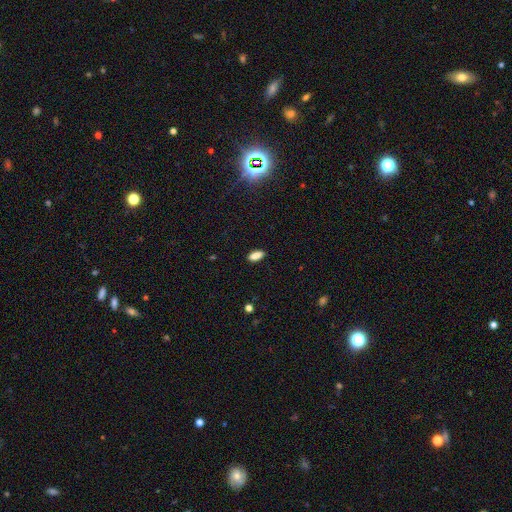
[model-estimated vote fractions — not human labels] A smooth galaxy with no disk features (85%) that is in between round and cigar-shaped (78%).

Vote fractions:
- Smooth or featured? smooth: 85% / star or artifact: 9% / featured or disk: 6%
- How rounded? in between: 78% / cigar-shaped: 19% / round: 3%
- Merging? none: 87% / minor disturbance: 9% / major disturbance: 2% / merger: 1%